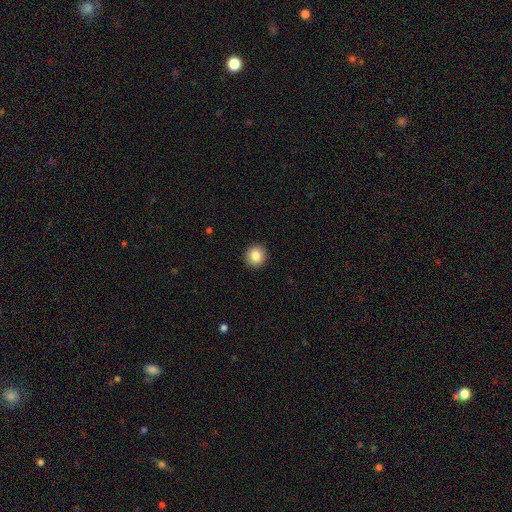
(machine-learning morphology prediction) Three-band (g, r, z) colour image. It shows a smooth galaxy with no disk features (84%) that is round (91%). Merging: none (93%).